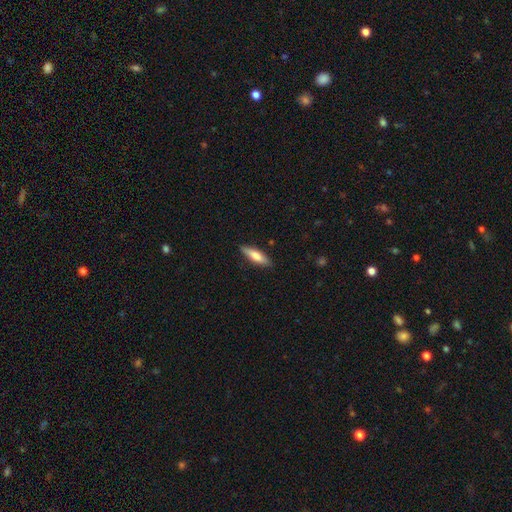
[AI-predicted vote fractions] Morphology: type=smooth (69%); roundness=cigar-shaped (64%); merging=none (87%).